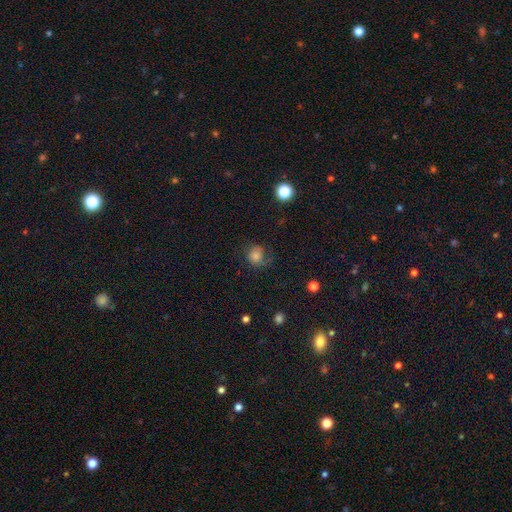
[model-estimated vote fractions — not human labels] smooth_or_featured: smooth (p=0.59) [alt: featured or disk p=0.27]
how_rounded: round (p=0.78) [alt: in between p=0.21]
merging: none (p=0.57) [alt: minor disturbance p=0.23]